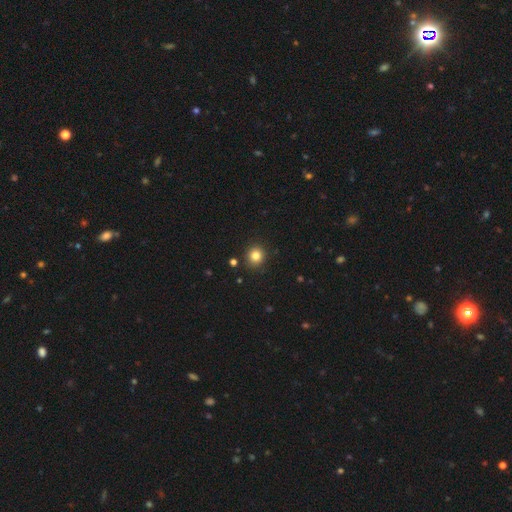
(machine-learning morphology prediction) A smooth galaxy with no disk features (82%) that is round (89%).

Vote fractions:
- Smooth or featured? smooth: 82% / star or artifact: 12% / featured or disk: 5%
- How rounded? round: 89% / in between: 10% / cigar-shaped: 1%
- Merging? none: 90% / minor disturbance: 6% / major disturbance: 2% / merger: 2%